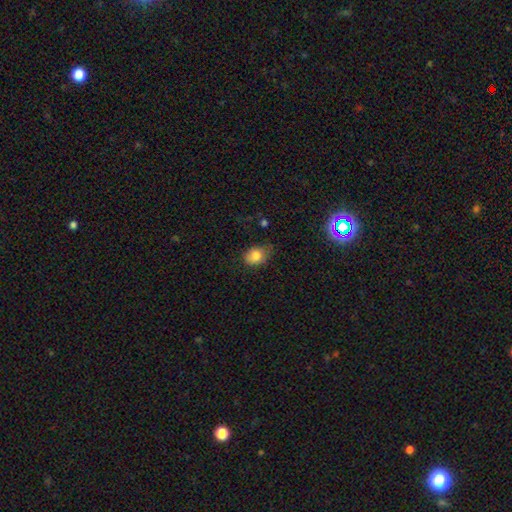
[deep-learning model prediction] Smooth or featured? Predicted: smooth (p=0.83). How rounded? Predicted: in between (p=0.61). Merging? Predicted: none (p=0.59).